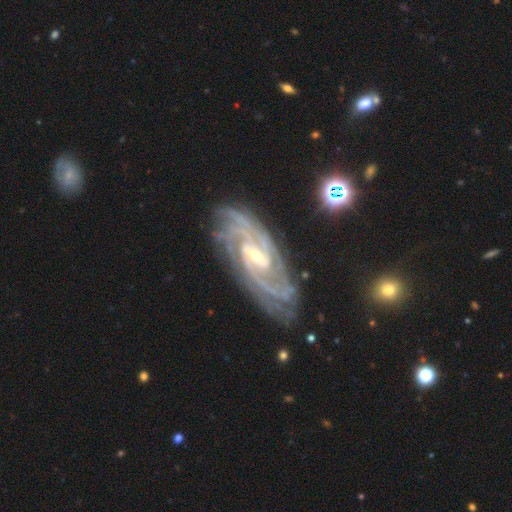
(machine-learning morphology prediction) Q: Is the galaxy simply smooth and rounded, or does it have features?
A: featured or disk — 90%.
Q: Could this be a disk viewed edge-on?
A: no — 93%.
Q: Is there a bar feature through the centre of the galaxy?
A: weak — 46%.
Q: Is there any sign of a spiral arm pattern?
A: yes — 98%.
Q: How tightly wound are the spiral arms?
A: tight — 66%.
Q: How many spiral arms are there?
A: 4 — 21%, tied with 3 and can't tell.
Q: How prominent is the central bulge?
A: small — 52%.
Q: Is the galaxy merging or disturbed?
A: none — 80%.